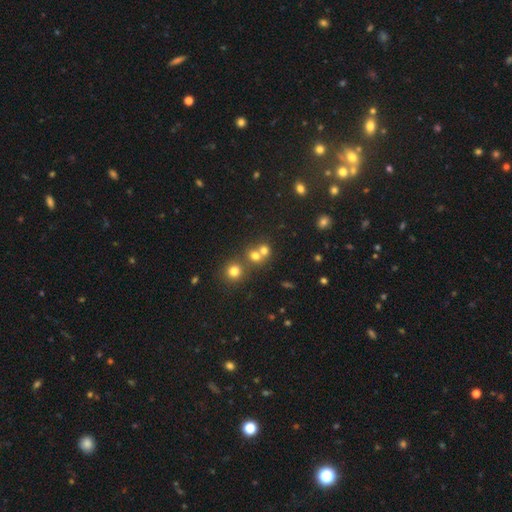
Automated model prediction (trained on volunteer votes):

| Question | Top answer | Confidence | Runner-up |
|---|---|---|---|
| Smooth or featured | smooth | 69% | star or artifact (19%) |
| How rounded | round | 80% | in between (18%) |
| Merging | none | 46% | merger (44%) |